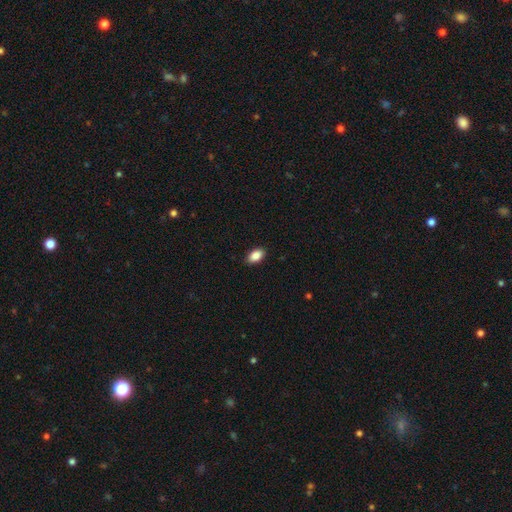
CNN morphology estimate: type=smooth (88%); roundness=in between (92%); merging=none (89%).